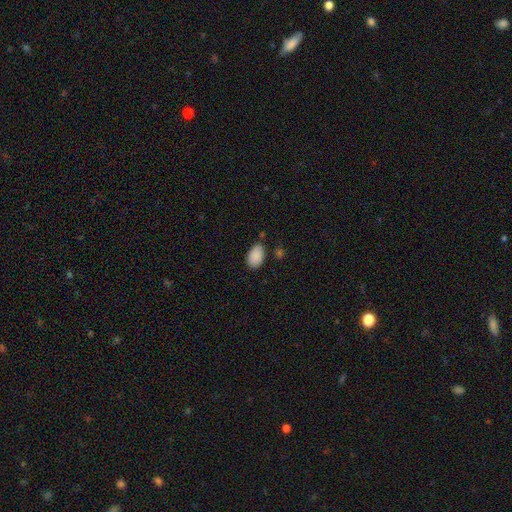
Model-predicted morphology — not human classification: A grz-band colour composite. It shows a smooth galaxy with no disk features (89%) that is in between round and cigar-shaped (92%). Merging: none (76%).